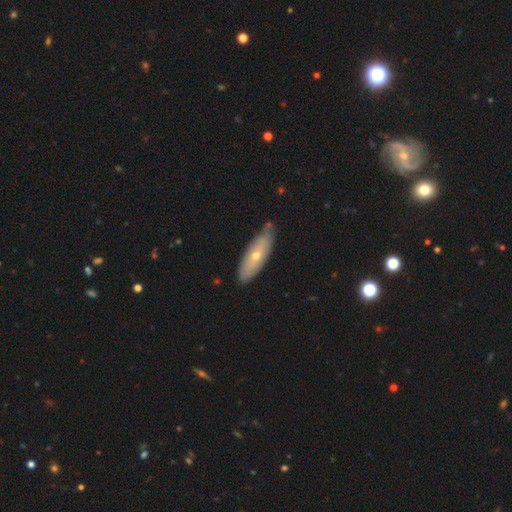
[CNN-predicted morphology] A smooth galaxy with no disk features (48%).

Vote fractions:
- Smooth or featured? smooth: 48% / featured or disk: 46% / star or artifact: 6%
- Merging? none: 76% / minor disturbance: 19% / major disturbance: 3% / merger: 2%